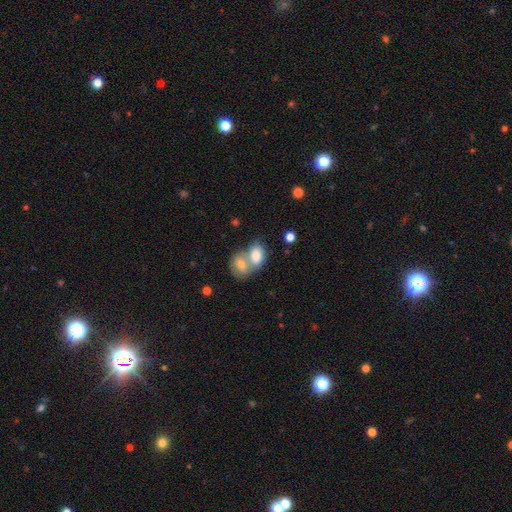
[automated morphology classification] smooth_or_featured: smooth (p=0.78) [alt: featured or disk p=0.15]
how_rounded: in between (p=0.80) [alt: round p=0.18]
merging: merger (p=0.71) [alt: none p=0.19]